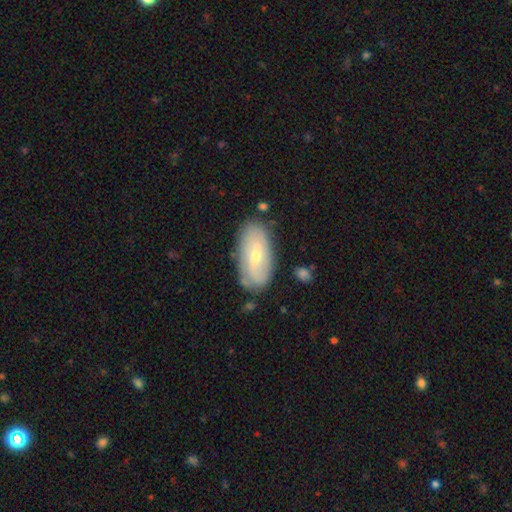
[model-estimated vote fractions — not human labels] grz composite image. It shows a featured or disk galaxy (51%). Merging: none (76%).